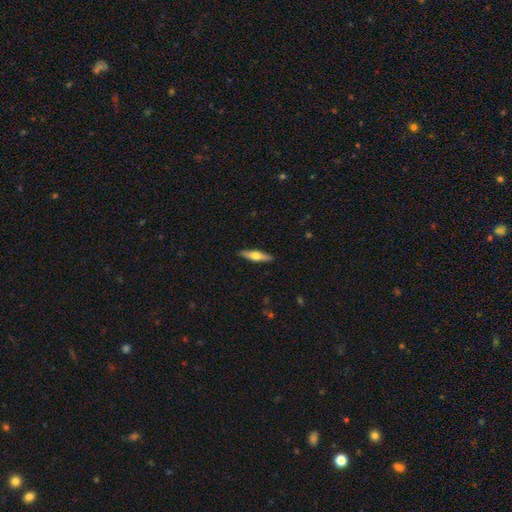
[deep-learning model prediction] This is possibly a smooth galaxy (55%). How rounded: likely cigar-shaped (70%). Merging: clearly none (90%).